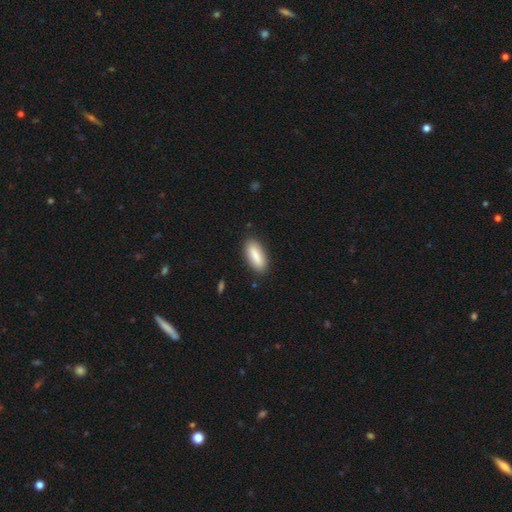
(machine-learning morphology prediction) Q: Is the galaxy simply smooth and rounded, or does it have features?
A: smooth — 84%.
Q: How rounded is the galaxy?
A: in between — 71%.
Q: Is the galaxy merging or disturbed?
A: none — 86%.